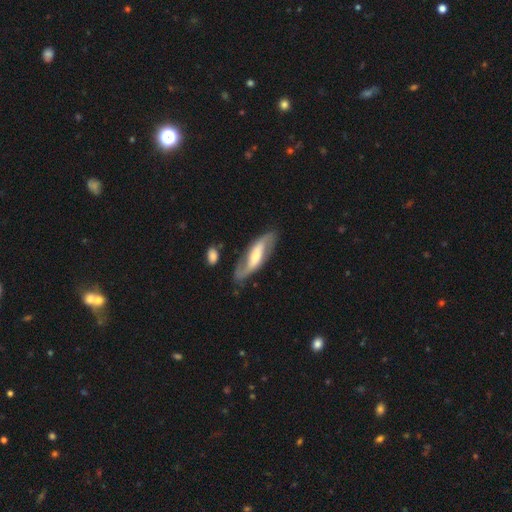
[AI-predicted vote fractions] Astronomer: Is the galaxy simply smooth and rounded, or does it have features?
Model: featured or disk — 77%.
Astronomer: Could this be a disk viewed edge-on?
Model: no — 87%.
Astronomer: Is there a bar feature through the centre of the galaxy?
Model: strong — 42% (runner-up: weak, 36%).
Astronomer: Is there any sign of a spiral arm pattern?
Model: yes — 92%.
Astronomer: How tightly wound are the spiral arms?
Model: loose — 45% (runner-up: medium, 39%).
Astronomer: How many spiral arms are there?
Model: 2 — 89%.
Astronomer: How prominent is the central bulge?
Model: moderate — 50% (runner-up: small, 30%).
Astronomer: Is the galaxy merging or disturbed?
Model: none — 77%.